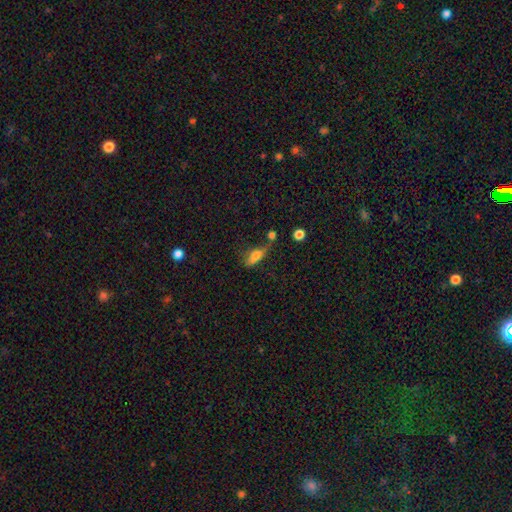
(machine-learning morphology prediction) smooth_or_featured: smooth (p=0.66) [alt: featured or disk p=0.22]
how_rounded: in between (p=0.70) [alt: cigar-shaped p=0.24]
merging: none (p=0.40) [alt: minor disturbance p=0.25]